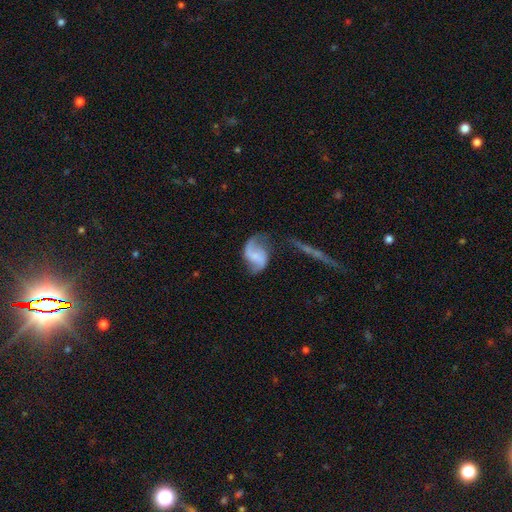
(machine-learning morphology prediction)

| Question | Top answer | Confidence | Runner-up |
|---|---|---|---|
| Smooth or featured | featured or disk | 76% | smooth (17%) |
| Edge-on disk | no | 97% | yes (3%) |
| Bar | weak | 42% | no (41%) |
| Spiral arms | yes | 94% | no (6%) |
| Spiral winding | loose | 64% | medium (29%) |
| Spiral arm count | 2 | 89% | 1 (5%) |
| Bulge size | none | 47% | small (31%) |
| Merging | none | 60% | minor disturbance (22%) |